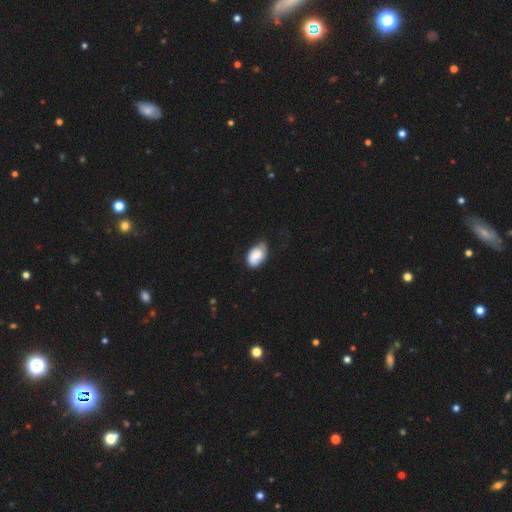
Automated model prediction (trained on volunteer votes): smooth_or_featured: smooth (p=0.78) [alt: featured or disk p=0.15]
how_rounded: in between (p=0.90) [alt: round p=0.09]
merging: none (p=0.54) [alt: minor disturbance p=0.35]